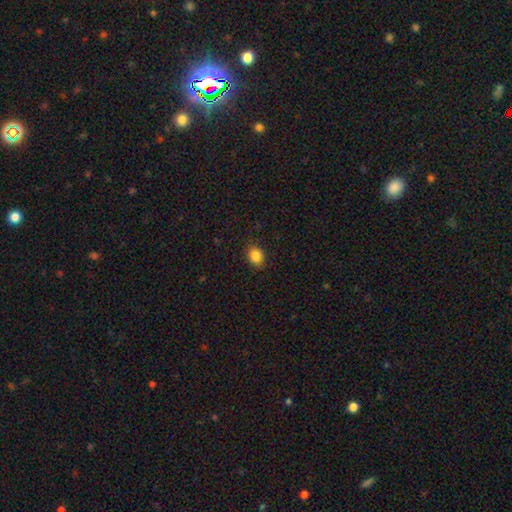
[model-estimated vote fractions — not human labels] smooth 85%, star or artifact 10%, featured or disk 4%. Down the decision tree: how rounded — round (55%); merging — none (86%).